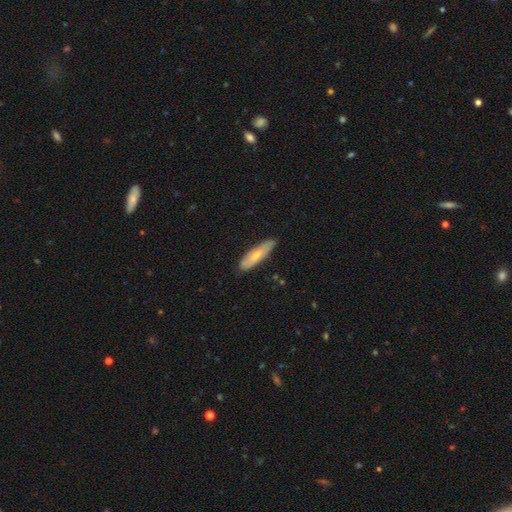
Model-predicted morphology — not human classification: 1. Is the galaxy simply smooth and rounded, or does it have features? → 61% smooth, 33% featured or disk, 6% star or artifact.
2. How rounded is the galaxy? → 60% cigar-shaped, 39% in between, 2% round.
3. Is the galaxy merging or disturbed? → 78% none, 18% minor disturbance, 3% major disturbance, 1% merger.